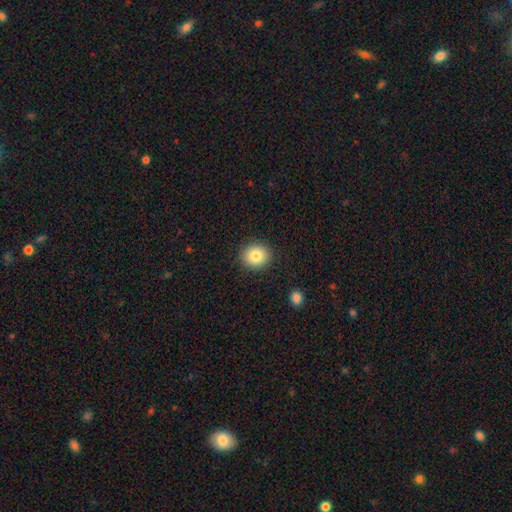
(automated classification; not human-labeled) smooth_or_featured: smooth (p=0.82) [alt: star or artifact p=0.10]
how_rounded: round (p=0.75) [alt: in between p=0.24]
merging: none (p=0.90) [alt: minor disturbance p=0.07]